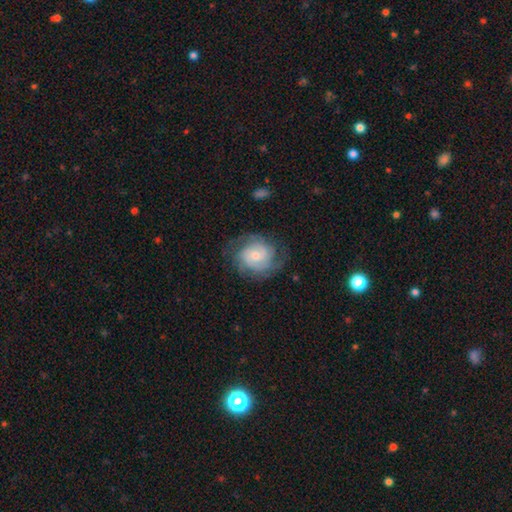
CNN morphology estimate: Smooth or featured?
  - featured or disk: 74% *
  - smooth: 19%
  - star or artifact: 6%
Edge-on disk?
  - no: 98% *
  - yes: 2%
Bar?
  - no: 66% *
  - weak: 29%
  - strong: 4%
Spiral arms?
  - yes: 93% *
  - no: 7%
Spiral winding?
  - tight: 56% *
  - medium: 34%
  - loose: 10%
Spiral arm count?
  - 2: 36% *
  - can't tell: 29%
  - 3: 19%
  - 4: 6%
  - 1: 5%
  - more than 4: 4%
Bulge size?
  - small: 55% *
  - moderate: 36%
  - large: 4%
  - none: 3%
  - dominant: 1%
Merging?
  - none: 70% *
  - minor disturbance: 18%
  - major disturbance: 11%
  - merger: 1%